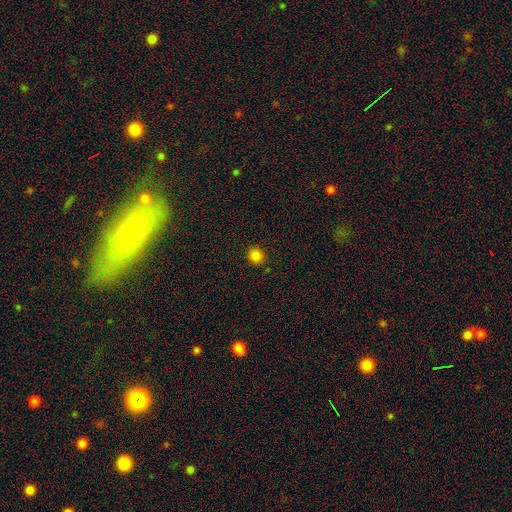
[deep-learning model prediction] This is clearly a smooth galaxy (84%). How rounded: clearly round (93%). Merging: clearly none (91%).